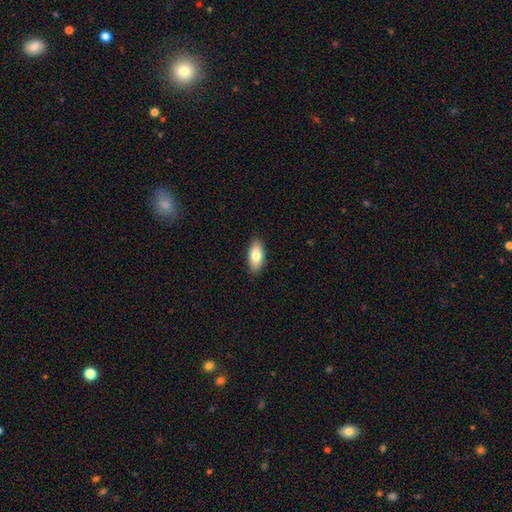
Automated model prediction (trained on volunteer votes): A smooth galaxy with no disk features (78%) that is in between round and cigar-shaped (87%). Merging: none (89%).